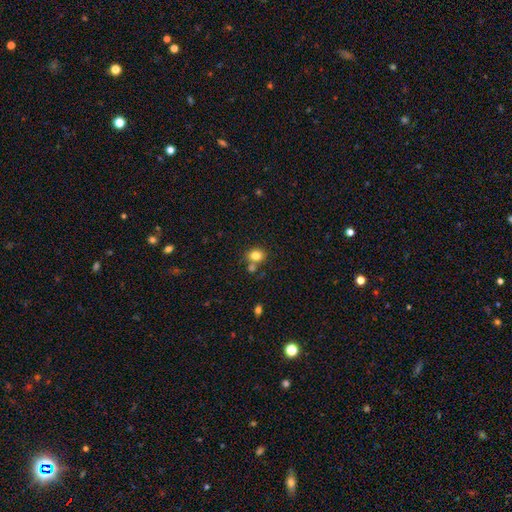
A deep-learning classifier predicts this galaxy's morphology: smooth-or-featured: smooth: 81% | star or artifact: 11% | featured or disk: 8%
  how-rounded: round: 66% | in between: 33% | cigar-shaped: 1%
  merging: none: 64% | merger: 21% | minor disturbance: 11% | major disturbance: 3%